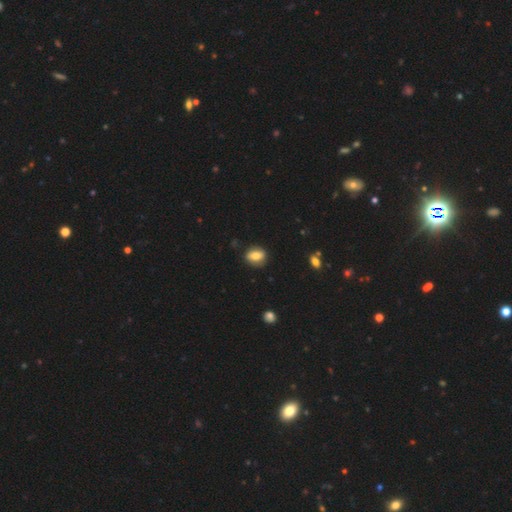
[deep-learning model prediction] Q: Smooth or featured?
A: smooth (72%); runner-up: featured or disk (20%)
Q: How rounded?
A: in between (63%); runner-up: round (34%)
Q: Merging?
A: none (81%); runner-up: minor disturbance (14%)